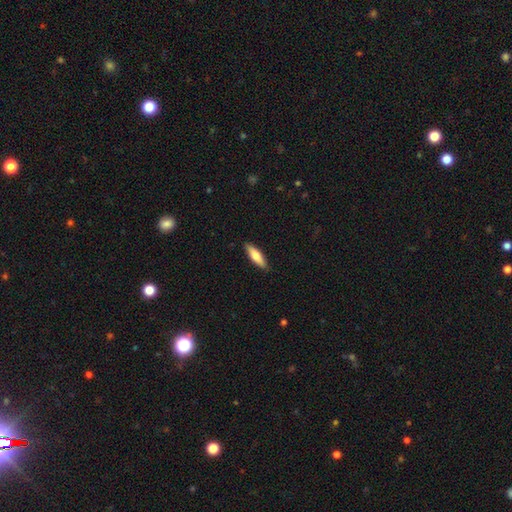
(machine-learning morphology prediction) smooth_or_featured: smooth (p=0.68) [alt: featured or disk p=0.27]
how_rounded: cigar-shaped (p=0.60) [alt: in between p=0.38]
merging: none (p=0.89) [alt: minor disturbance p=0.08]